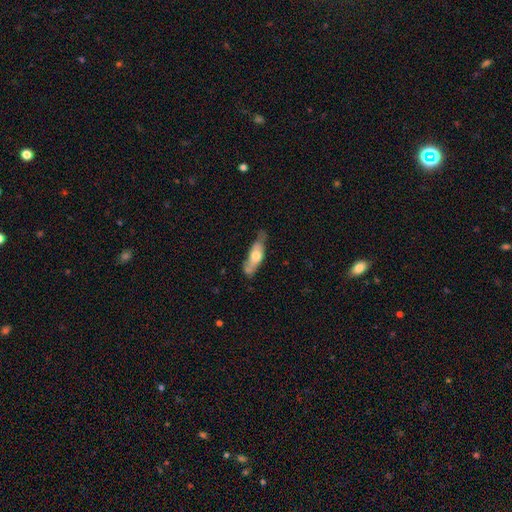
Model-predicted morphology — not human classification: A smooth galaxy with no disk features (53%) that is in between round and cigar-shaped (54%).

Vote fractions:
- Smooth or featured? smooth: 53% / featured or disk: 42% / star or artifact: 6%
- How rounded? in between: 54% / cigar-shaped: 44% / round: 3%
- Merging? none: 51% / minor disturbance: 33% / major disturbance: 10% / merger: 7%